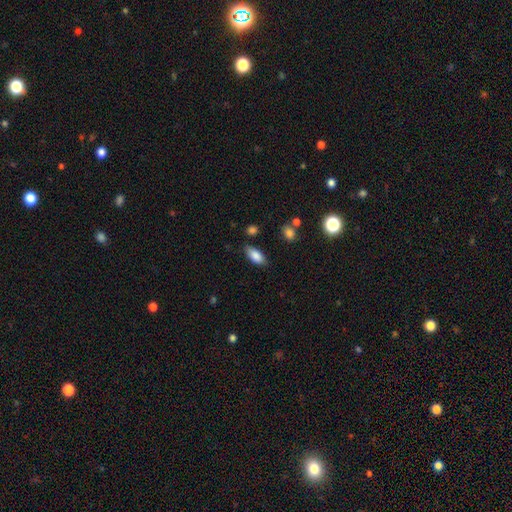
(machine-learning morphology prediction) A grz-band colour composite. It shows a smooth galaxy with no disk features (85%) that is in between round and cigar-shaped (88%). Merging: none (80%).